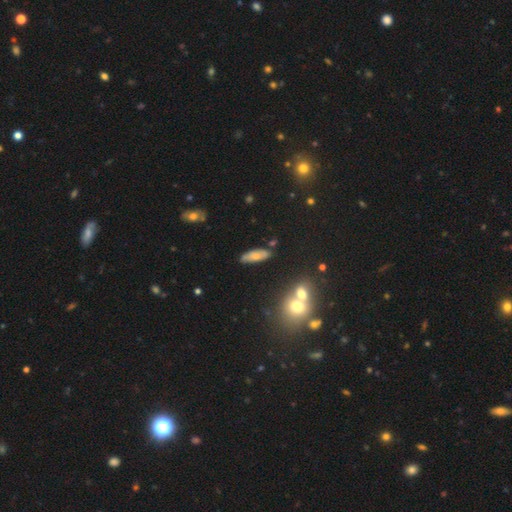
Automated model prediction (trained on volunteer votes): Q: Smooth or featured?
A: smooth (61%); runner-up: featured or disk (29%)
Q: How rounded?
A: in between (56%); runner-up: cigar-shaped (41%)
Q: Merging?
A: none (78%); runner-up: minor disturbance (14%)